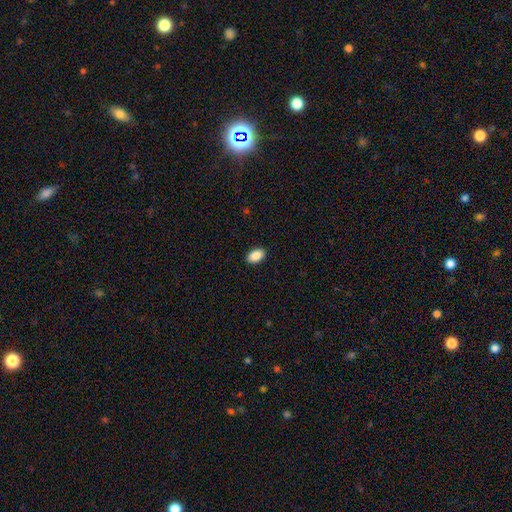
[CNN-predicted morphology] Overall: smooth (90%). How rounded: in between (92%). Merging: none (90%).